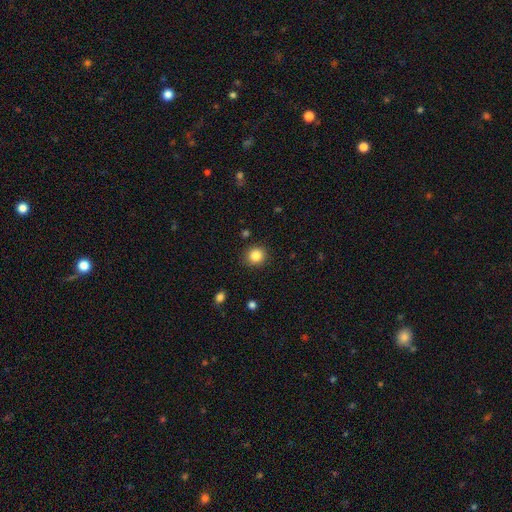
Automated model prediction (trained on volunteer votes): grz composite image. It shows a smooth galaxy with no disk features (85%) that is round (91%). Merging: none (90%).